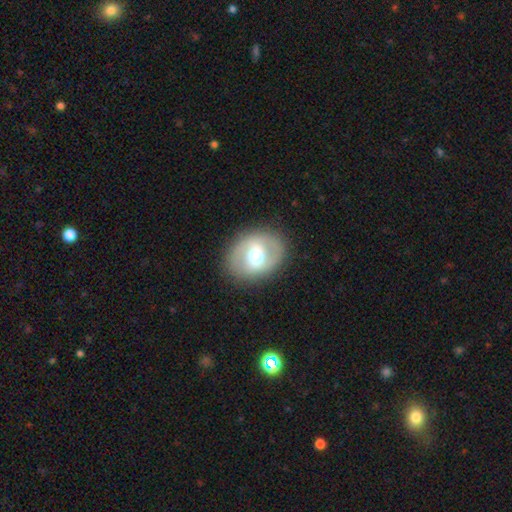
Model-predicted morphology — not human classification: smooth_or_featured: featured or disk (p=0.52) [alt: smooth p=0.41]
disk_edge_on: no (p=0.94) [alt: yes p=0.06]
merging: none (p=0.85) [alt: minor disturbance p=0.09]